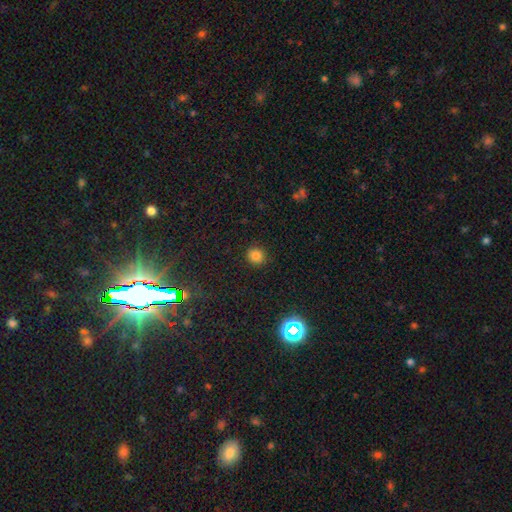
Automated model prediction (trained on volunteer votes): Morphology: type=smooth (80%); roundness=round (90%); merging=none (90%).